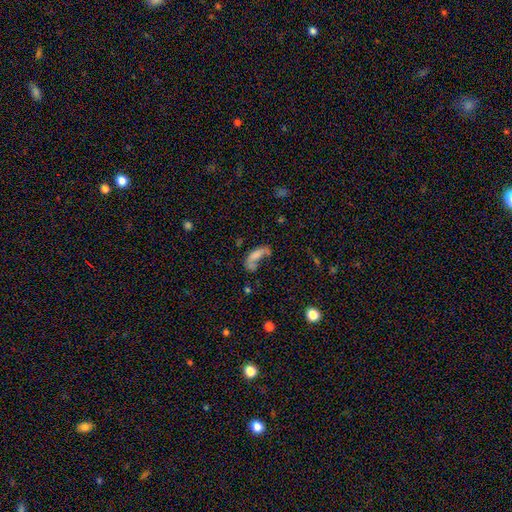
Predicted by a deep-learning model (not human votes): This is possibly a smooth galaxy (60%). How rounded: likely in between (71%). Merging: marginally major disturbance (33%).